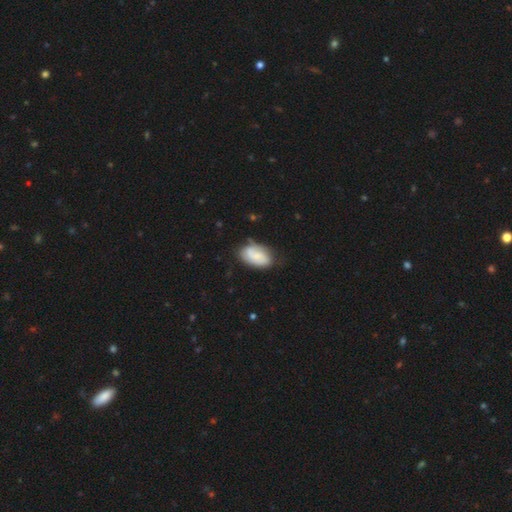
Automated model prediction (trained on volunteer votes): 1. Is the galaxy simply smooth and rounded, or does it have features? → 53% smooth, 40% featured or disk, 7% star or artifact.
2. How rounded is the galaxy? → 91% in between, 7% round, 2% cigar-shaped.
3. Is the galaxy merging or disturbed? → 63% none, 26% minor disturbance, 8% major disturbance, 3% merger.